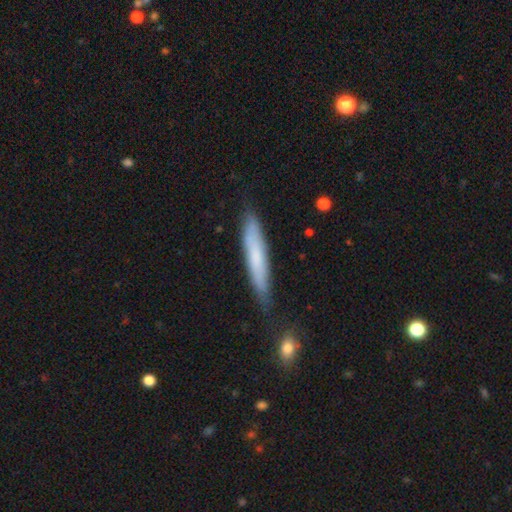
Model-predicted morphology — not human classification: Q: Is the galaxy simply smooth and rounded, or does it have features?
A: smooth — 63%.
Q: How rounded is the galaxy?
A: cigar-shaped — 91%.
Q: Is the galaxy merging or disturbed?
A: none — 76%.